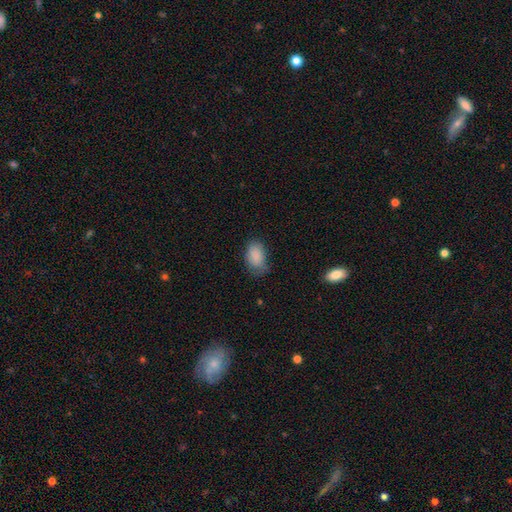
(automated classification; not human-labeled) The model was most divided on "merging": none: 62%, minor disturbance: 28%, major disturbance: 8%, merger: 2%. More confident: smooth or featured — smooth (87%); how rounded — in between (87%).